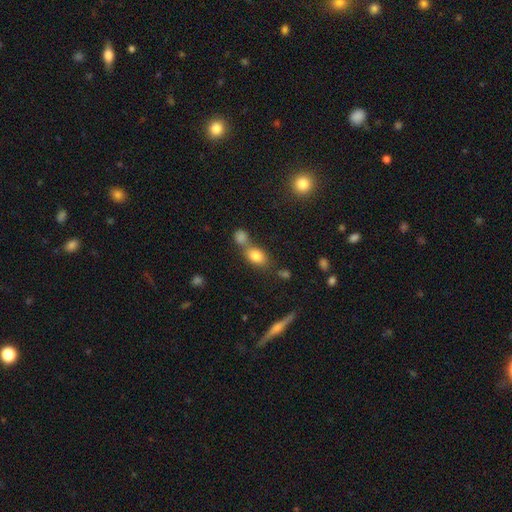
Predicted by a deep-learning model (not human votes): smooth-or-featured: smooth: 80% | star or artifact: 10% | featured or disk: 10%
  how-rounded: in between: 79% | round: 18% | cigar-shaped: 3%
  merging: none: 46% | merger: 38% | minor disturbance: 11% | major disturbance: 4%